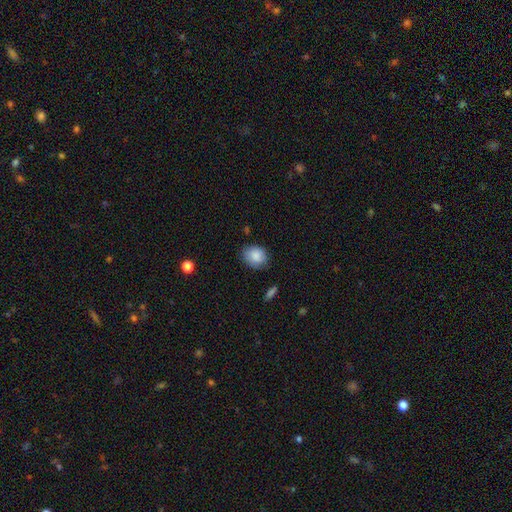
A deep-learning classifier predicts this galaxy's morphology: This appears to be a smooth galaxy with no disk features (86%) that is round (59%). Merging: none (76%).